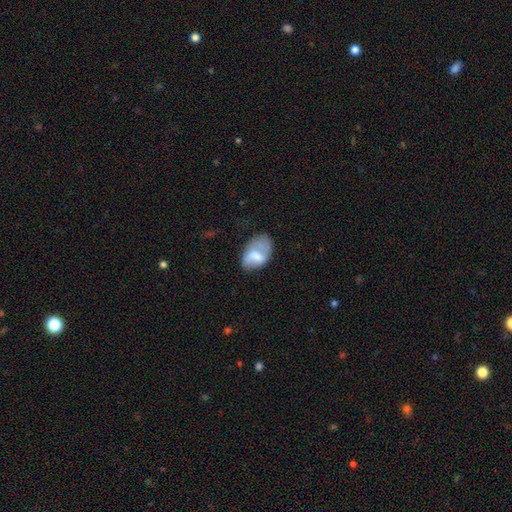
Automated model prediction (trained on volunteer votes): A smooth galaxy with no disk features (62%) that is in between round and cigar-shaped (89%). Merging: none (43%).